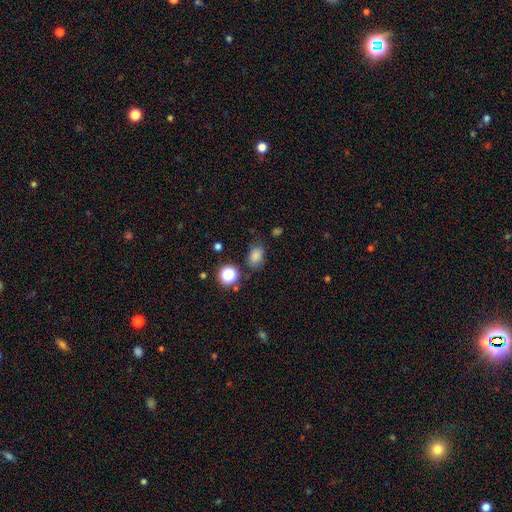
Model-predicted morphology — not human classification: Smooth or featured?
  - smooth: 79% *
  - star or artifact: 15%
  - featured or disk: 6%
How rounded?
  - in between: 72% *
  - round: 27%
  - cigar-shaped: 1%
Merging?
  - none: 70% *
  - minor disturbance: 20%
  - major disturbance: 6%
  - merger: 4%